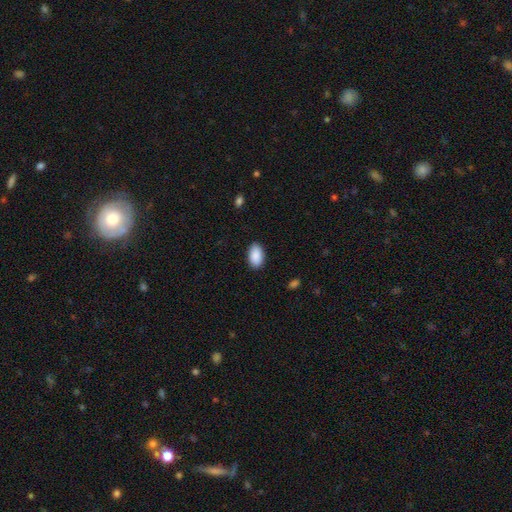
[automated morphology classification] Smooth or featured? Predicted: smooth (p=0.90). How rounded? Predicted: in between (p=0.94). Merging? Predicted: none (p=0.88).